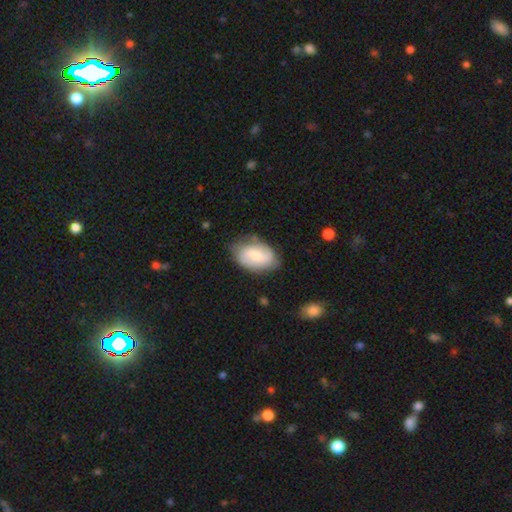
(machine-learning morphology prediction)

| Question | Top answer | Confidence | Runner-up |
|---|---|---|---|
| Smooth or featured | smooth | 48% | featured or disk (46%) |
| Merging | none | 69% | minor disturbance (23%) |